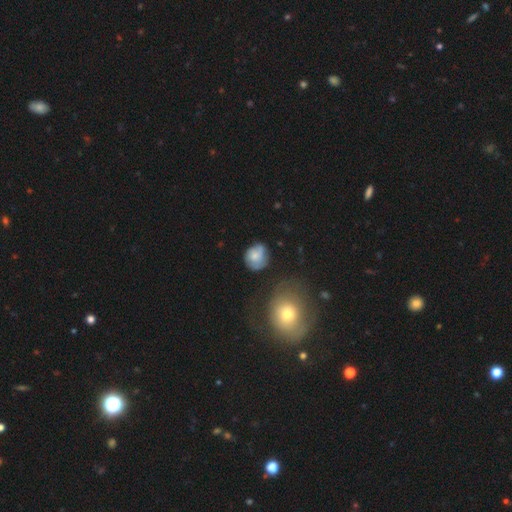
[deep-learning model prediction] Smooth or featured? Predicted: smooth (p=0.60). How rounded? Predicted: round (p=0.71). Merging? Predicted: none (p=0.54).